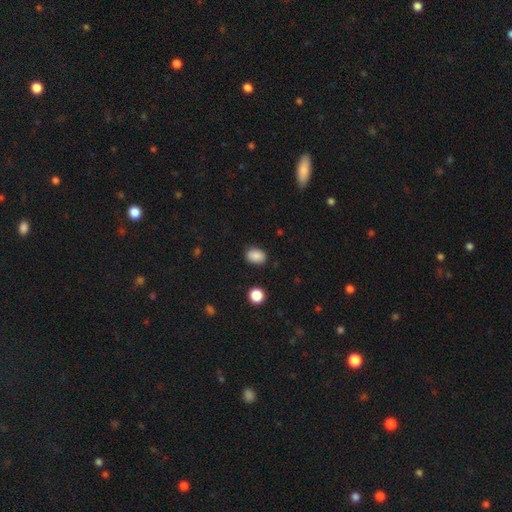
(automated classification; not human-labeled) smooth-or-featured: smooth: 87% | star or artifact: 9% | featured or disk: 4%
  how-rounded: in between: 74% | round: 25% | cigar-shaped: 1%
  merging: none: 86% | minor disturbance: 10% | major disturbance: 3% | merger: 1%